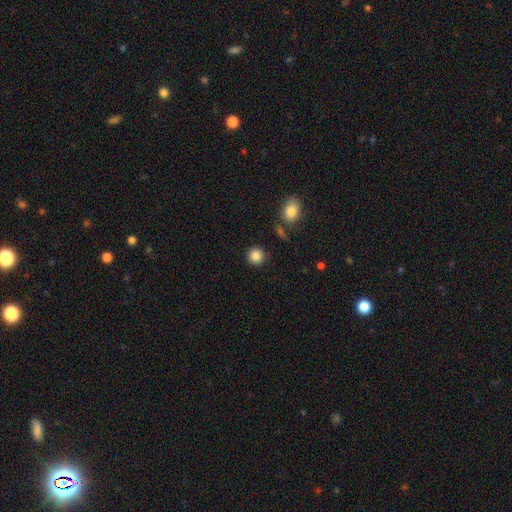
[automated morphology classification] smooth_or_featured: smooth (p=0.86) [alt: star or artifact p=0.10]
how_rounded: round (p=0.92) [alt: in between p=0.08]
merging: none (p=0.89) [alt: minor disturbance p=0.06]